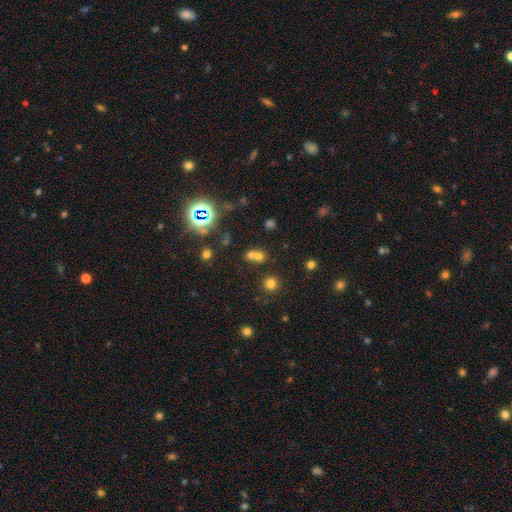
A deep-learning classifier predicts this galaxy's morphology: Smooth or featured?
  - smooth: 57% *
  - star or artifact: 31%
  - featured or disk: 12%
How rounded?
  - round: 77% *
  - in between: 21%
  - cigar-shaped: 1%
Merging?
  - merger: 48% *
  - none: 43%
  - minor disturbance: 6%
  - major disturbance: 3%